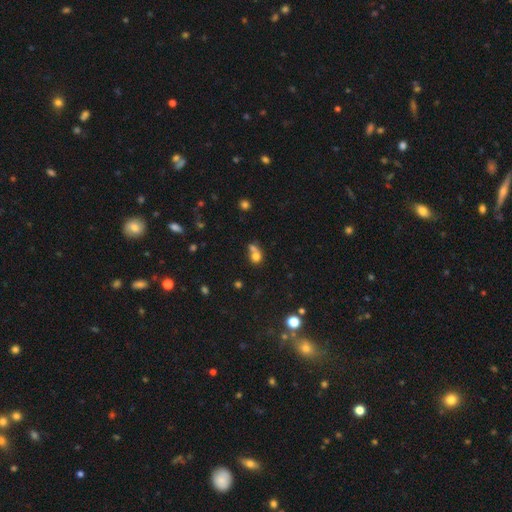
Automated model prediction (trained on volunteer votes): smooth-or-featured: smooth: 72% | star or artifact: 14% | featured or disk: 14%
  how-rounded: round: 70% | in between: 28% | cigar-shaped: 1%
  merging: merger: 58% | none: 29% | minor disturbance: 8% | major disturbance: 6%